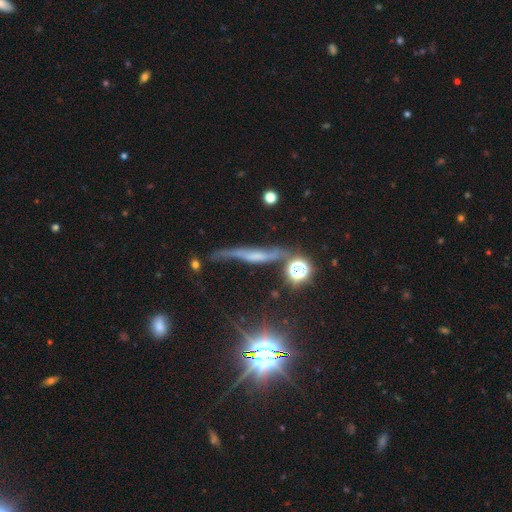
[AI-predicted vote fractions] A featured or disk galaxy (60%) viewed edge-on (67%).

Vote fractions:
- Smooth or featured? featured or disk: 60% / smooth: 22% / star or artifact: 18%
- Edge-on disk? yes: 67% / no: 33%
- Merging? none: 49% / minor disturbance: 25% / major disturbance: 16% / merger: 9%